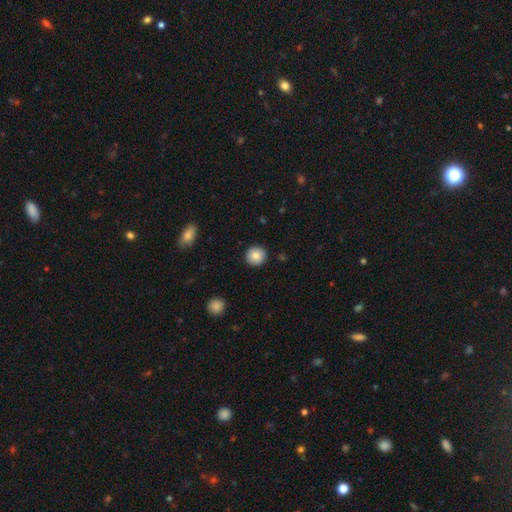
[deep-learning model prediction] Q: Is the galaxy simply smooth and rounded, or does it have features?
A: smooth — 84%.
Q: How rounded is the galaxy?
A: round — 94%.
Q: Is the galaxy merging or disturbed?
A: none — 92%.